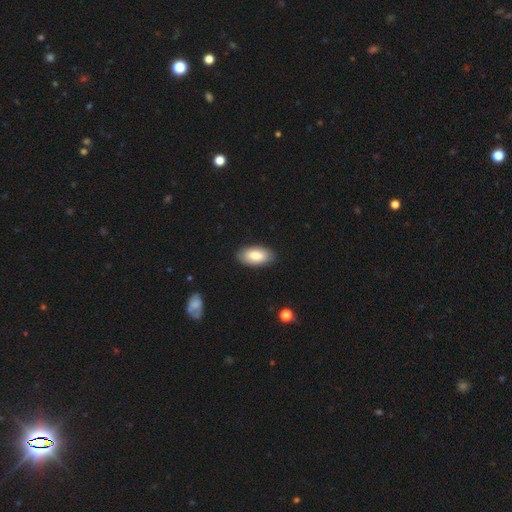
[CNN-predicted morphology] smooth-or-featured: smooth: 83% | featured or disk: 11% | star or artifact: 6%
  how-rounded: in between: 94% | cigar-shaped: 3% | round: 2%
  merging: none: 87% | minor disturbance: 10% | major disturbance: 2% | merger: 1%